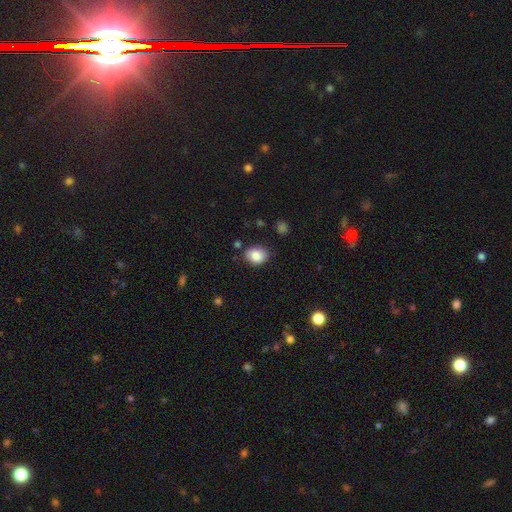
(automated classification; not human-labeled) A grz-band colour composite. It shows a smooth galaxy with no disk features (85%) that is in between round and cigar-shaped (58%). Merging: none (80%).